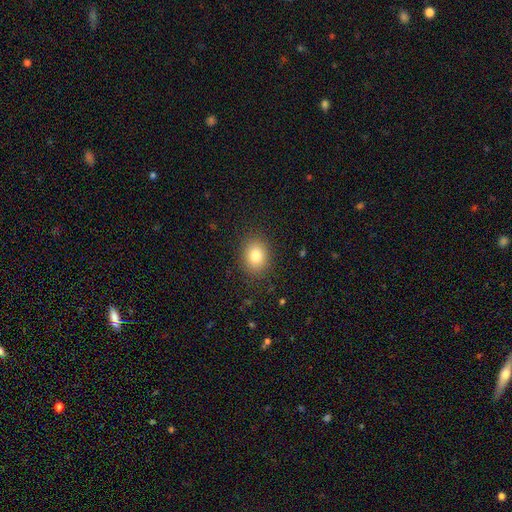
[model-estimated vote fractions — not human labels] Smooth or featured? Predicted: smooth (p=0.82). How rounded? Predicted: round (p=0.51). Merging? Predicted: none (p=0.88).